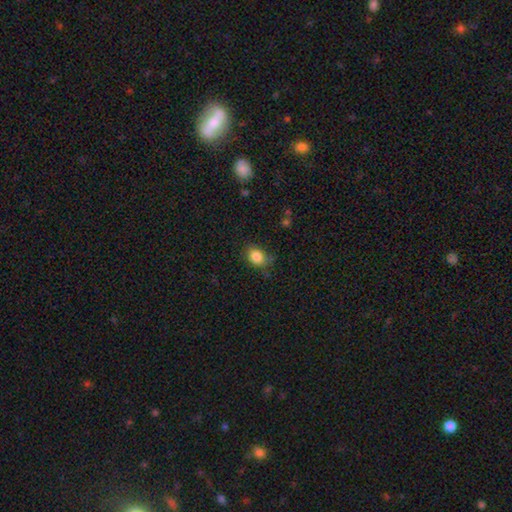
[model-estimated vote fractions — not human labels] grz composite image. It shows a smooth galaxy with no disk features (85%) that is in between round and cigar-shaped (60%). Merging: none (70%).